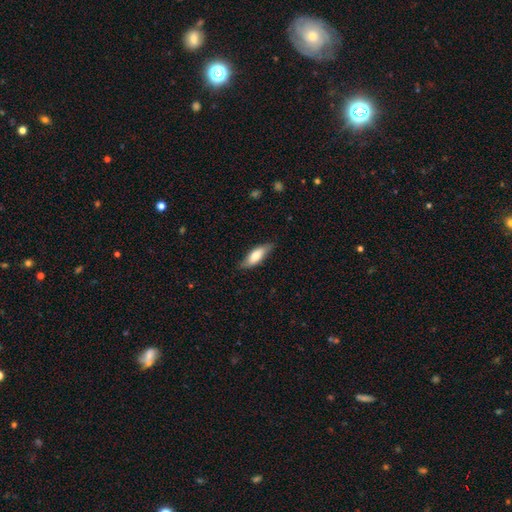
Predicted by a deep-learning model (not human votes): Q: Smooth or featured?
A: smooth (70%); runner-up: featured or disk (24%)
Q: How rounded?
A: in between (63%); runner-up: cigar-shaped (35%)
Q: Merging?
A: none (77%); runner-up: minor disturbance (18%)